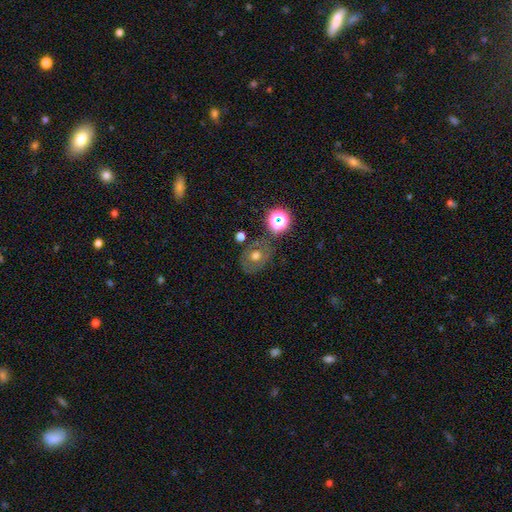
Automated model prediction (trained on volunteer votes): A smooth galaxy with no disk features (50%) that is round (57%). Merging: none (71%).